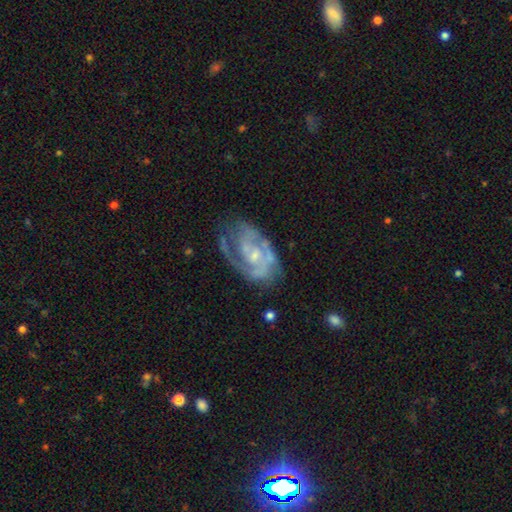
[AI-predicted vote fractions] smooth-or-featured: featured or disk: 82% | smooth: 12% | star or artifact: 6%
  disk-edge-on: no: 97% | yes: 3%
    bar: no: 61% | weak: 33% | strong: 6%
    has-spiral-arms: yes: 89% | no: 11%
      spiral-winding: tight: 45% | medium: 42% | loose: 13%
      spiral-arm-count: 2: 47% | can't tell: 24% | 3: 12% | 1: 11% | 4: 3% | more than 4: 3%
    bulge-size: small: 59% | moderate: 32% | none: 6% | large: 2% | dominant: 1%
  merging: none: 54% | minor disturbance: 24% | major disturbance: 18% | merger: 3%